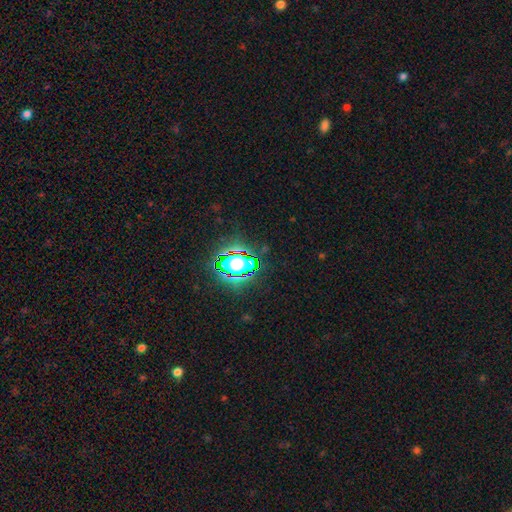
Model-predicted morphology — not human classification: star or artifact 80%, smooth 13%, featured or disk 7%.